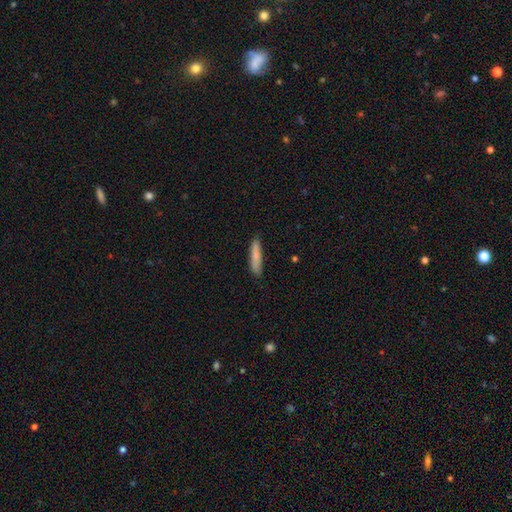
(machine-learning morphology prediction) A smooth galaxy with no disk features (83%) that is cigar-shaped (87%). Merging: none (86%).